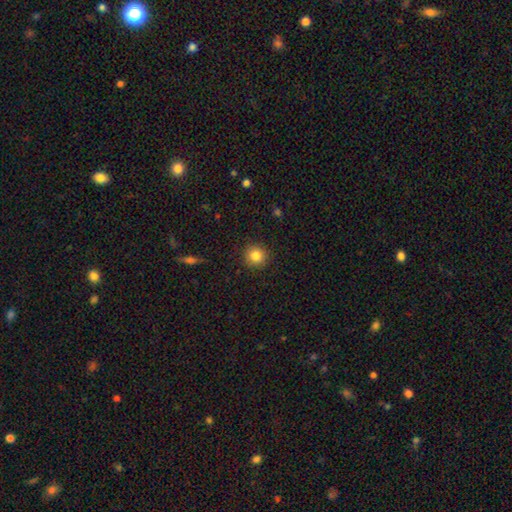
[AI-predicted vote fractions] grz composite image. It shows a smooth galaxy with no disk features (84%) that is round (93%). Merging: none (91%).